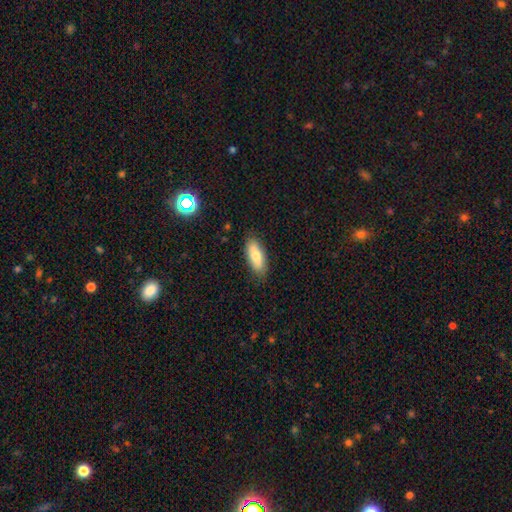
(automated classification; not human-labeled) smooth 75%, featured or disk 18%, star or artifact 7%. Down the decision tree: how rounded — in between (77%); merging — none (85%).